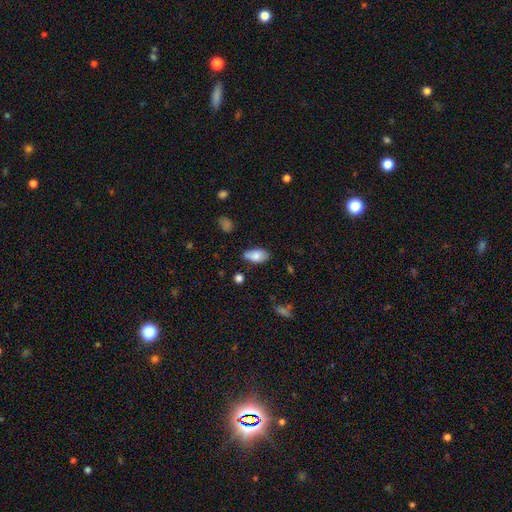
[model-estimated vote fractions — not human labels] Smooth or featured?
  - smooth: 79% *
  - featured or disk: 14%
  - star or artifact: 7%
How rounded?
  - in between: 93% *
  - round: 4%
  - cigar-shaped: 4%
Merging?
  - none: 68% *
  - minor disturbance: 24%
  - major disturbance: 4%
  - merger: 4%